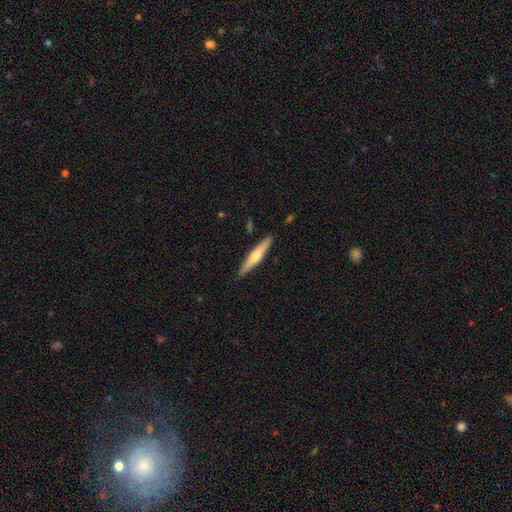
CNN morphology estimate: Q: Smooth or featured?
A: featured or disk (55%); runner-up: smooth (40%)
Q: Edge-on disk?
A: yes (96%); runner-up: no (4%)
Q: Edge-on bulge?
A: rounded (88%); runner-up: none (7%)
Q: Merging?
A: none (90%); runner-up: minor disturbance (7%)